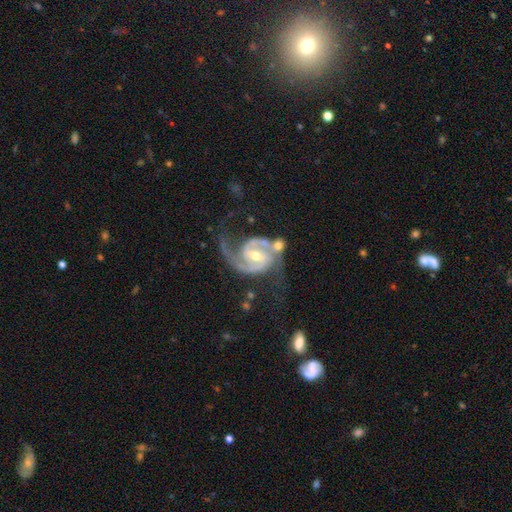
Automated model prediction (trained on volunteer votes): Smooth or featured: featured or disk — 93% (star or artifact — 4%)
Edge-on disk: no — 98% (yes — 2%)
Bar: weak — 50% (strong — 29%)
Spiral arms: yes — 98% (no — 2%)
Spiral winding: medium — 58% (tight — 27%)
Spiral arm count: 2 — 89% (3 — 4%)
Bulge size: moderate — 61% (small — 34%)
Merging: none — 54% (minor disturbance — 20%)